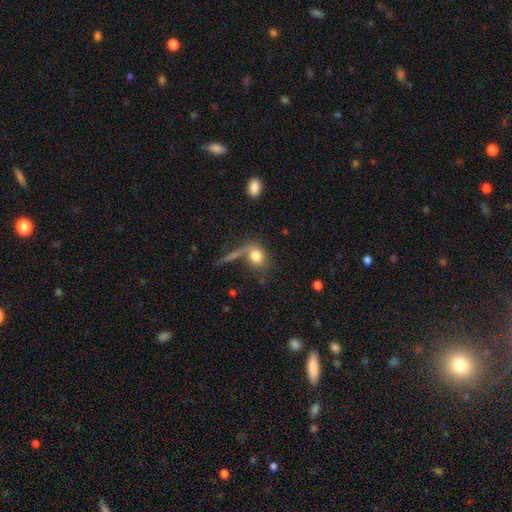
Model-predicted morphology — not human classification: Q: Smooth or featured?
A: smooth (77%); runner-up: featured or disk (13%)
Q: How rounded?
A: round (52%); runner-up: in between (44%)
Q: Merging?
A: none (50%); runner-up: merger (20%)